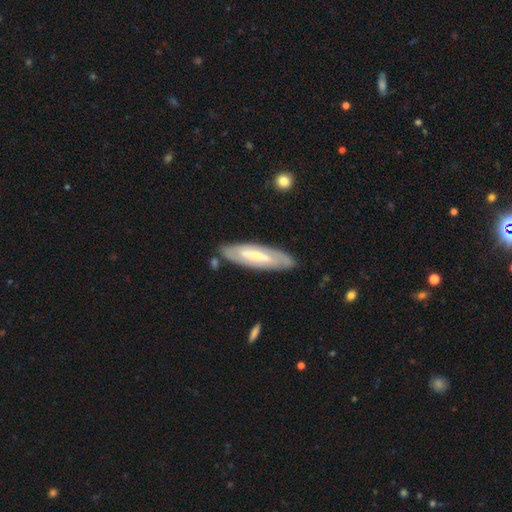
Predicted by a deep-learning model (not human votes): Smooth or featured? featured or disk (64%)
Edge-on disk? no (72%)
Merging? none (84%)